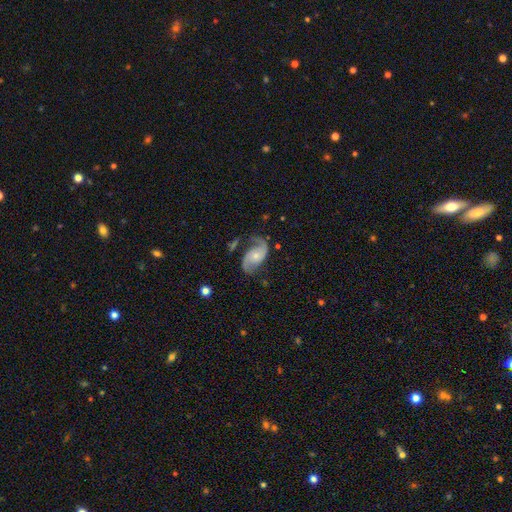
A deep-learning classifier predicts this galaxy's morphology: Smooth or featured? featured or disk (87%)
Edge-on disk? no (97%)
Bar? no (65%)
Spiral arms? yes (97%)
Spiral winding? medium (43%, tied with loose)
Spiral arm count? 2 (91%)
Bulge size? small (55%)
Merging? none (67%)